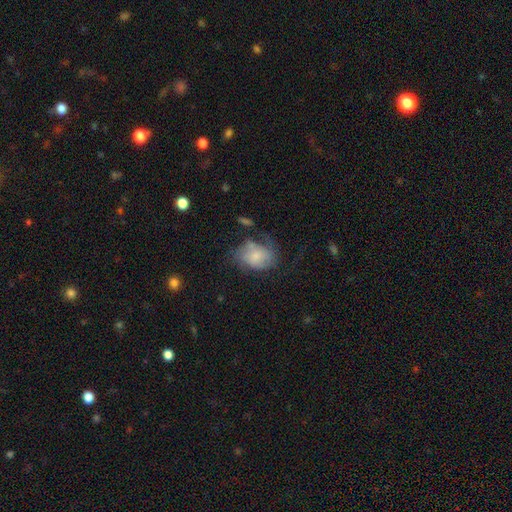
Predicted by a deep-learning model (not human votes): A smooth galaxy with no disk features (59%) that is in between round and cigar-shaped (61%). Merging: none (37%).